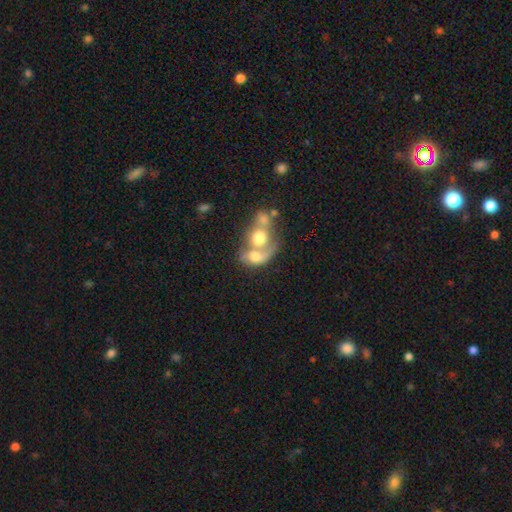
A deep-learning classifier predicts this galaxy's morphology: smooth-or-featured: smooth: 40% | featured or disk: 39% | star or artifact: 20%
  merging: merger: 67% | none: 20% | major disturbance: 7% | minor disturbance: 7%